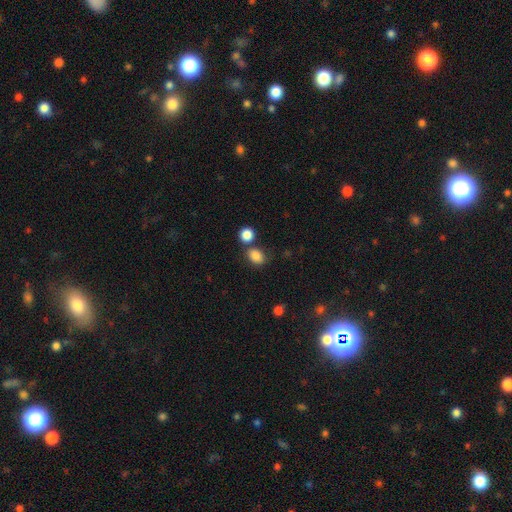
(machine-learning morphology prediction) This is clearly a smooth galaxy (85%). How rounded: possibly in between (53%). Merging: likely none (63%).